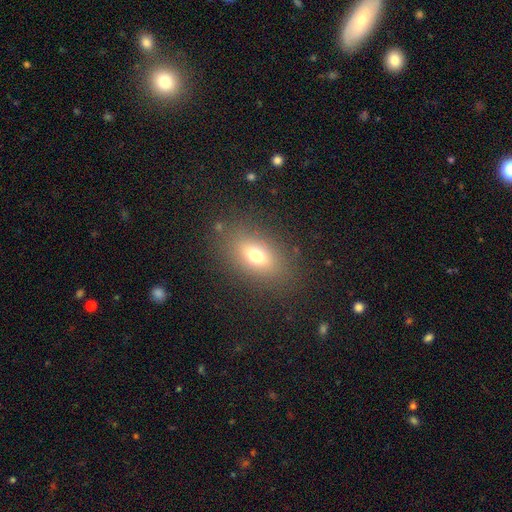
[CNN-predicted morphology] This is likely a smooth galaxy (70%). How rounded: likely in between (77%). Merging: clearly none (82%).